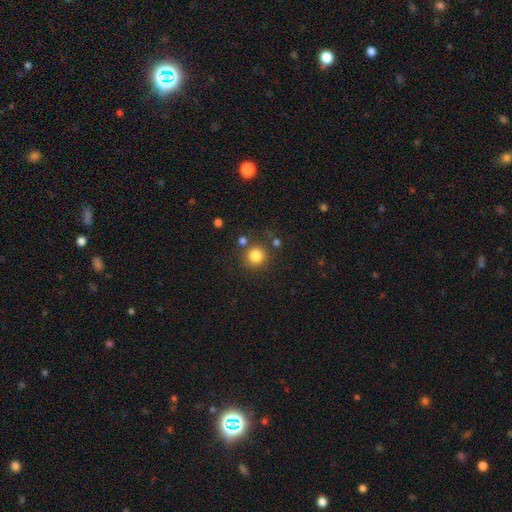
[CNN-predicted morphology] This is clearly a smooth galaxy (82%). How rounded: clearly round (93%). Merging: clearly none (81%).